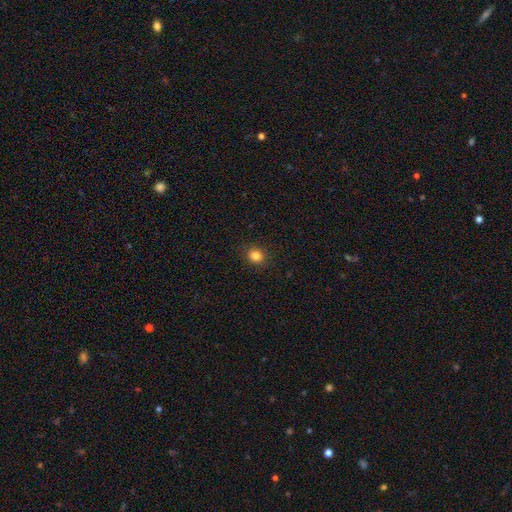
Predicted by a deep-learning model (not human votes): A smooth galaxy with no disk features (83%) that is round (76%).

Vote fractions:
- Smooth or featured? smooth: 83% / star or artifact: 12% / featured or disk: 5%
- How rounded? round: 76% / in between: 23% / cigar-shaped: 1%
- Merging? none: 90% / minor disturbance: 7% / major disturbance: 2% / merger: 1%